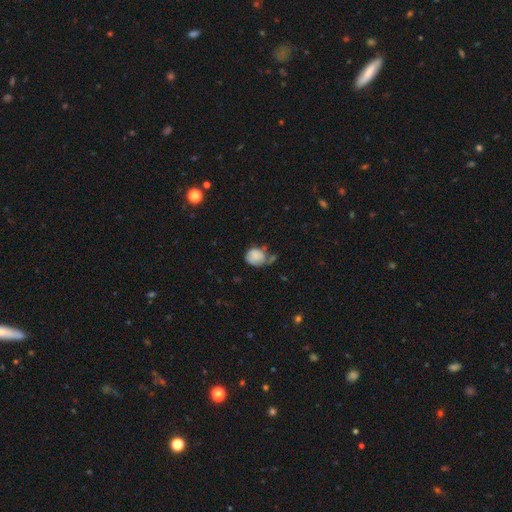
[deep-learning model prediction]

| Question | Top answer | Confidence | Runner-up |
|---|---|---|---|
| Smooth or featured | smooth | 75% | featured or disk (16%) |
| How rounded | round | 58% | in between (41%) |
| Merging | none | 37% | minor disturbance (33%) |